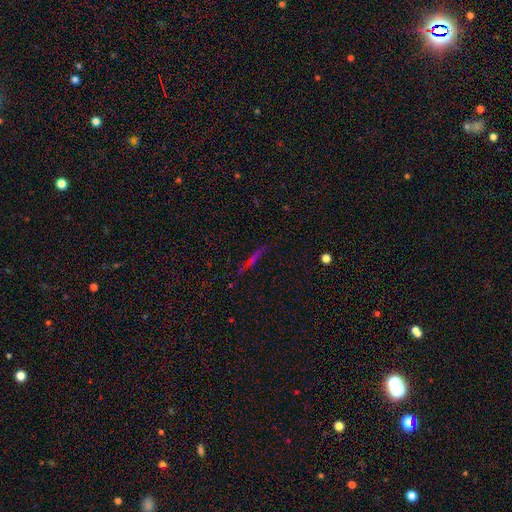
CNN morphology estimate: Smooth or featured?
  - smooth: 40% *
  - star or artifact: 33%
  - featured or disk: 27%
Merging?
  - none: 76% *
  - minor disturbance: 14%
  - major disturbance: 6%
  - merger: 4%